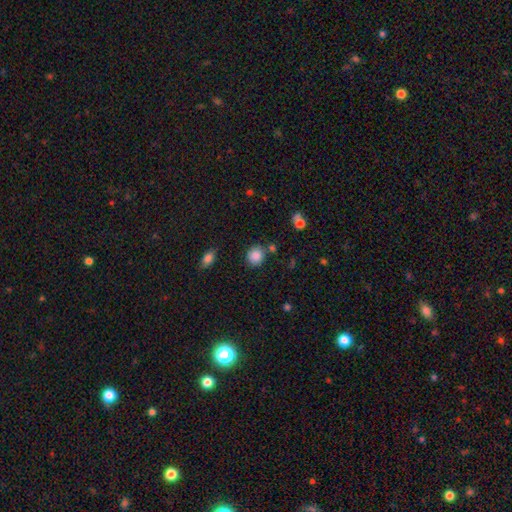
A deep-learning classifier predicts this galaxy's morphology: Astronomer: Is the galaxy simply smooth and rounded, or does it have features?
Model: smooth — 86%.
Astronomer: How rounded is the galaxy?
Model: round — 82%.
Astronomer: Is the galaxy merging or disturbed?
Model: none — 78%.